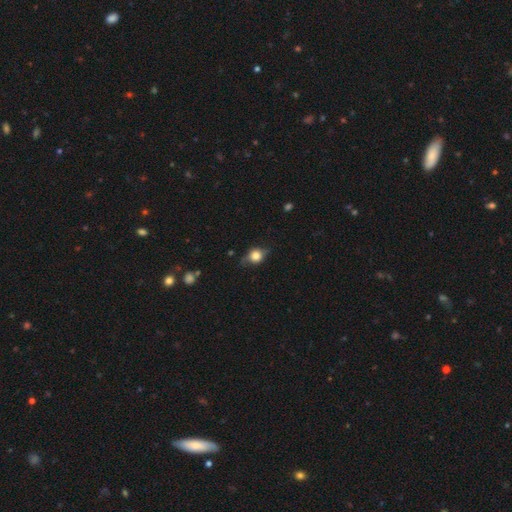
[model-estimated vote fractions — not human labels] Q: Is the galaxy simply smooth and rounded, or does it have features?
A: smooth — 68%.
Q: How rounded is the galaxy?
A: round — 64%.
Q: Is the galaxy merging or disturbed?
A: none — 65%.